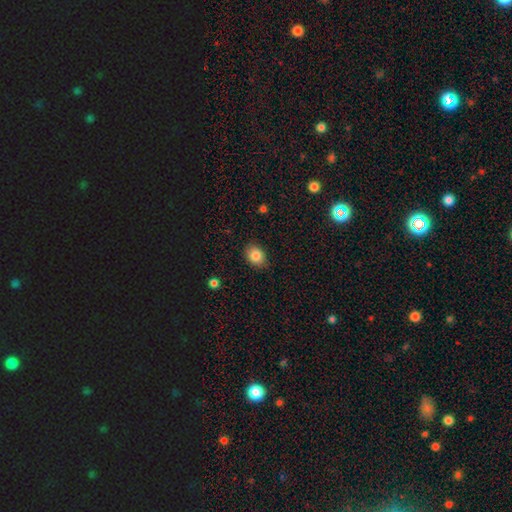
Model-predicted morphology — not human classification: Smooth or featured: smooth — 84% (star or artifact — 9%)
How rounded: in between — 60% (round — 39%)
Merging: none — 85% (minor disturbance — 11%)